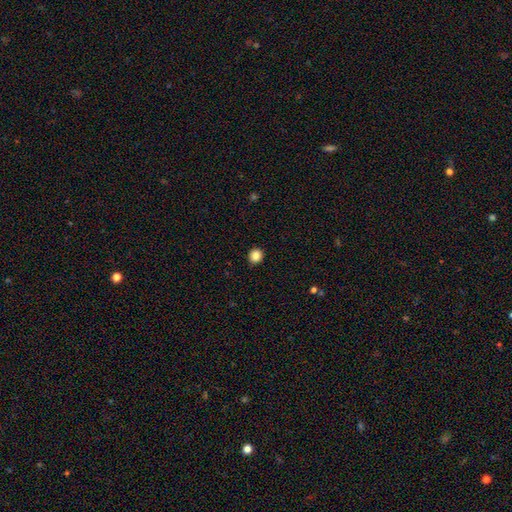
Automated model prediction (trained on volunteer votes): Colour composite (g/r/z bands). It shows a smooth galaxy with no disk features (86%) that is round (83%). Merging: none (91%).